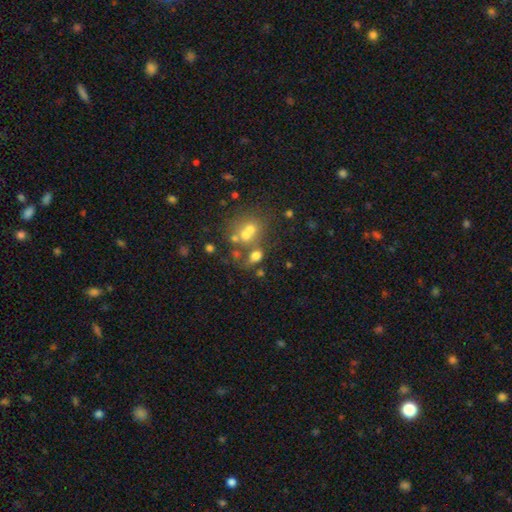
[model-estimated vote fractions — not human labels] smooth_or_featured: smooth (p=0.60) [alt: featured or disk p=0.22]
how_rounded: in between (p=0.53) [alt: round p=0.45]
merging: merger (p=0.45) [alt: none p=0.35]